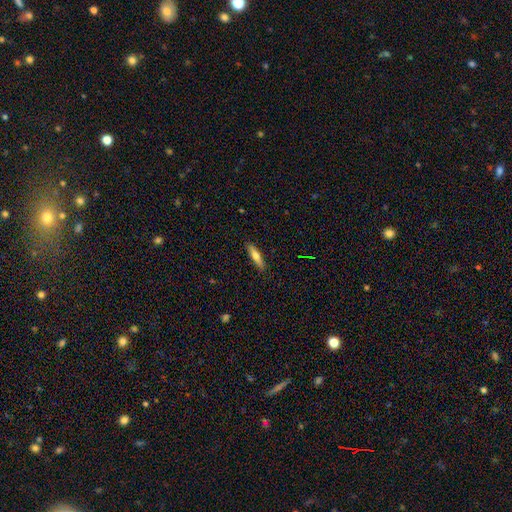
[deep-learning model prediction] smooth_or_featured: smooth (p=0.66) [alt: featured or disk p=0.27]
how_rounded: cigar-shaped (p=0.76) [alt: in between p=0.22]
merging: none (p=0.88) [alt: minor disturbance p=0.09]